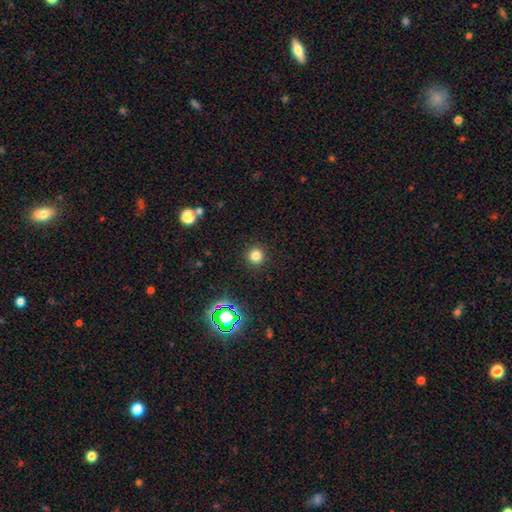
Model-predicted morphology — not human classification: This is likely a smooth galaxy (79%). How rounded: clearly round (94%). Merging: clearly none (92%).